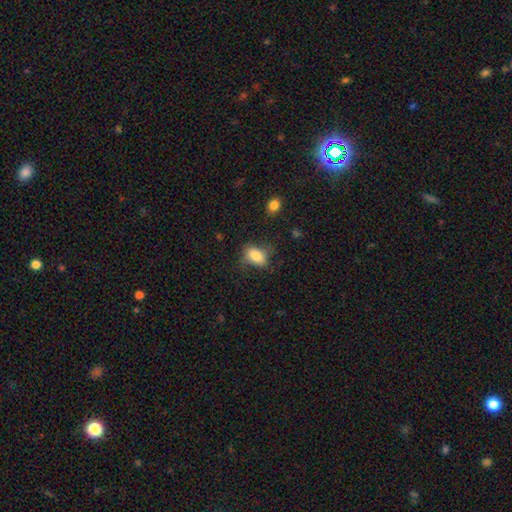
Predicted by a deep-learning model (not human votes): smooth 80%, featured or disk 11%, star or artifact 9%. Down the decision tree: how rounded — in between (82%); merging — none (64%).